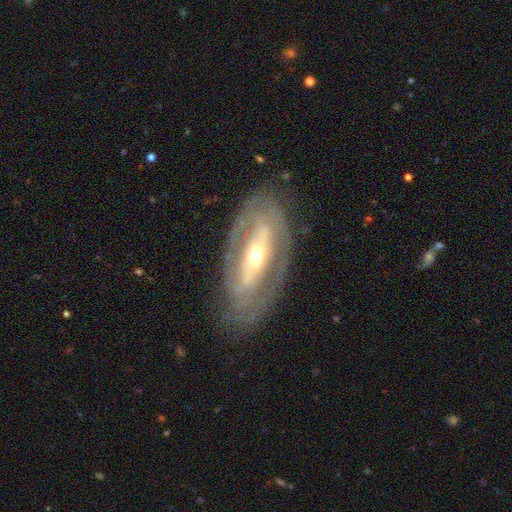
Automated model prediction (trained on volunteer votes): Q: Smooth or featured?
A: featured or disk (82%); runner-up: smooth (12%)
Q: Edge-on disk?
A: no (88%); runner-up: yes (12%)
Q: Bar?
A: strong (49%); runner-up: no (26%)
Q: Spiral arms?
A: yes (71%); runner-up: no (29%)
Q: Spiral winding?
A: tight (59%); runner-up: medium (29%)
Q: Spiral arm count?
A: 2 (60%); runner-up: can't tell (27%)
Q: Bulge size?
A: moderate (59%); runner-up: small (34%)
Q: Merging?
A: none (77%); runner-up: minor disturbance (15%)